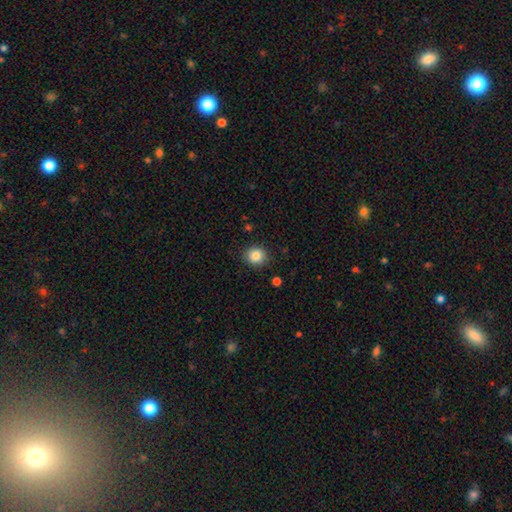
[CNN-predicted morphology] A smooth galaxy with no disk features (85%) that is round (82%).

Vote fractions:
- Smooth or featured? smooth: 85% / star or artifact: 10% / featured or disk: 5%
- How rounded? round: 82% / in between: 18% / cigar-shaped: 1%
- Merging? none: 89% / minor disturbance: 7% / major disturbance: 2% / merger: 1%